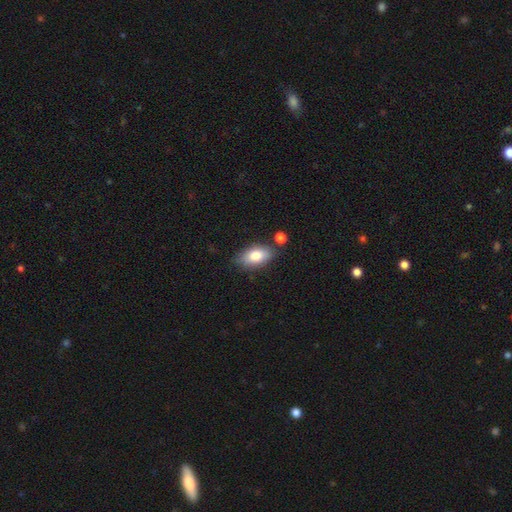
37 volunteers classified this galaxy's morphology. Smooth or featured?
  - smooth: 84% *
  - featured or disk: 11%
  - star or artifact: 5%
How rounded?
  - in between: 94% *
  - round: 3%
  - cigar-shaped: 3%
Merging?
  - none: 77% *
  - minor disturbance: 14%
  - major disturbance: 6%
  - merger: 3%